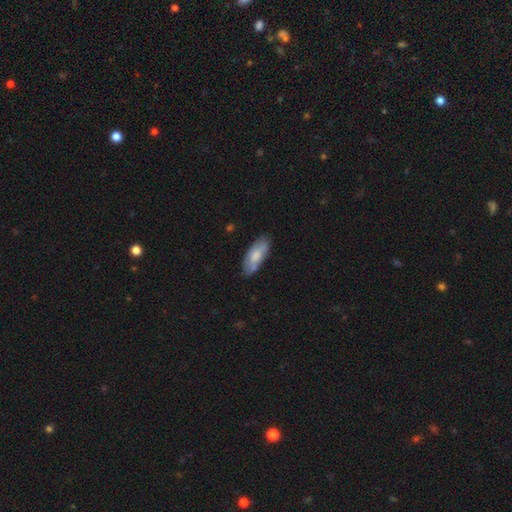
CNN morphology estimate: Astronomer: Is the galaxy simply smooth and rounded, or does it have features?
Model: smooth — 73%.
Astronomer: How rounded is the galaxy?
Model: in between — 79%.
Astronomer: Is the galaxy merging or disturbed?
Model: none — 73%.